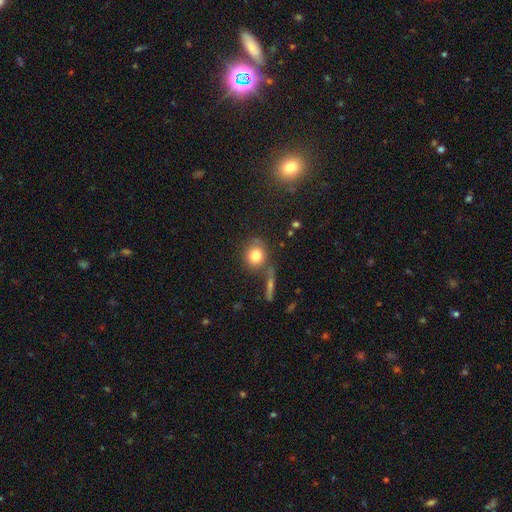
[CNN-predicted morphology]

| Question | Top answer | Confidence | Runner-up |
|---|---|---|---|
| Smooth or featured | smooth | 79% | star or artifact (11%) |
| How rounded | round | 82% | in between (16%) |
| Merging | none | 67% | merger (14%) |